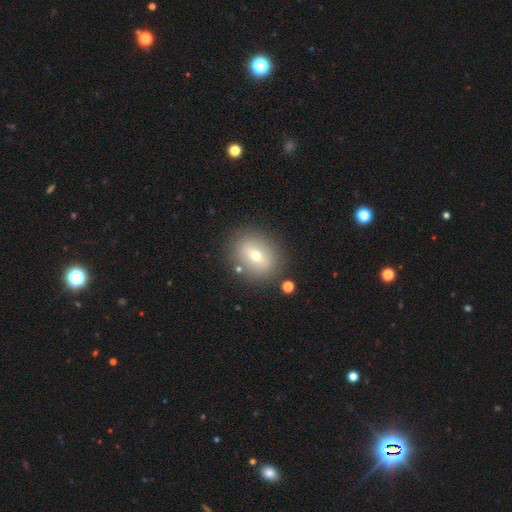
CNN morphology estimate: This appears to be a smooth galaxy with no disk features (60%) that is round (51%). Merging: none (83%).